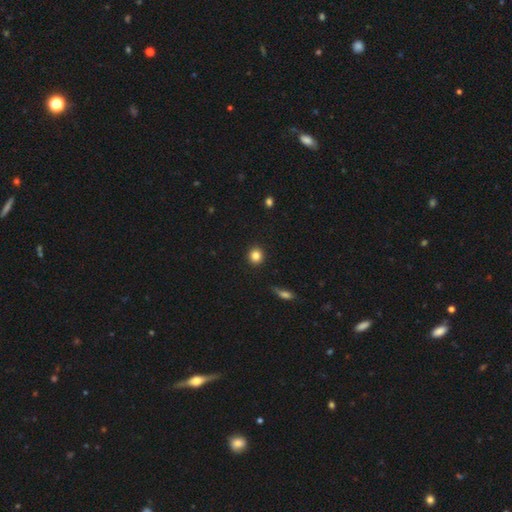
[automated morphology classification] Smooth or featured?
  - smooth: 84% *
  - star or artifact: 11%
  - featured or disk: 6%
How rounded?
  - round: 91% *
  - in between: 8%
  - cigar-shaped: 1%
Merging?
  - none: 92% *
  - minor disturbance: 5%
  - major disturbance: 2%
  - merger: 1%